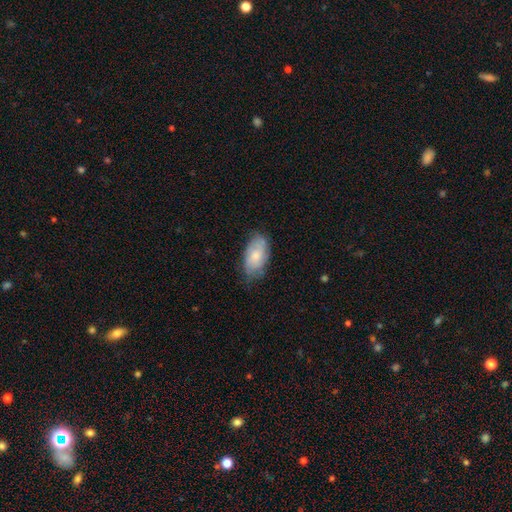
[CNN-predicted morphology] smooth-or-featured: smooth: 67% | featured or disk: 27% | star or artifact: 6%
  how-rounded: in between: 93% | round: 4% | cigar-shaped: 3%
  merging: none: 67% | minor disturbance: 26% | major disturbance: 6% | merger: 1%